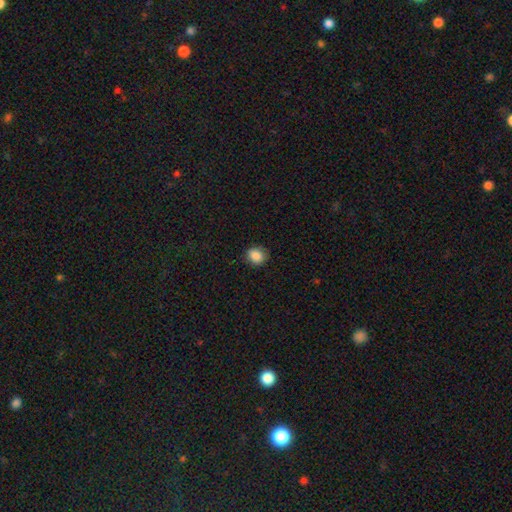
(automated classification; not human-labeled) Smooth or featured: smooth — 87% (star or artifact — 9%)
How rounded: round — 69% (in between — 30%)
Merging: none — 86% (minor disturbance — 11%)